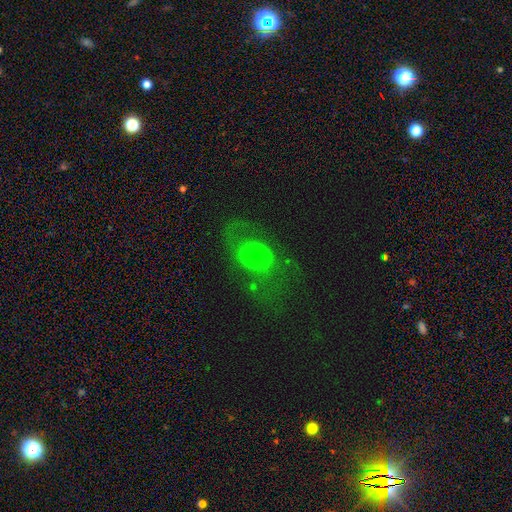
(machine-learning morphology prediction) Smooth or featured?
  - featured or disk: 54% *
  - smooth: 33%
  - star or artifact: 13%
Edge-on disk?
  - no: 96% *
  - yes: 4%
Bar?
  - no: 70% *
  - weak: 24%
  - strong: 6%
Spiral arms?
  - yes: 63% *
  - no: 37%
Bulge size?
  - small: 53% *
  - moderate: 40%
  - large: 3%
  - none: 2%
  - dominant: 1%
Merging?
  - none: 48% *
  - major disturbance: 28%
  - minor disturbance: 21%
  - merger: 4%